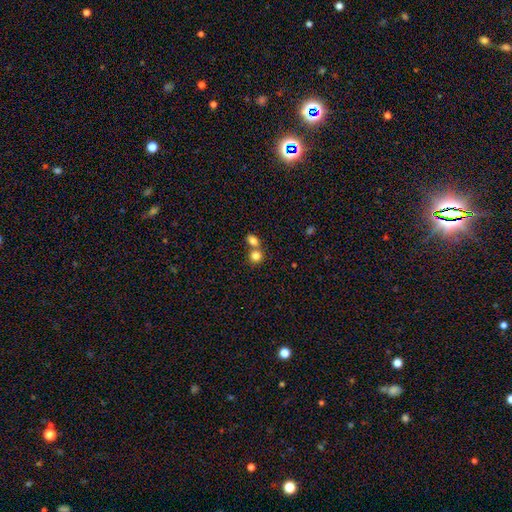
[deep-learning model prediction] smooth-or-featured: smooth: 82% | star or artifact: 10% | featured or disk: 8%
  how-rounded: round: 75% | in between: 24% | cigar-shaped: 1%
  merging: merger: 50% | none: 40% | minor disturbance: 7% | major disturbance: 3%